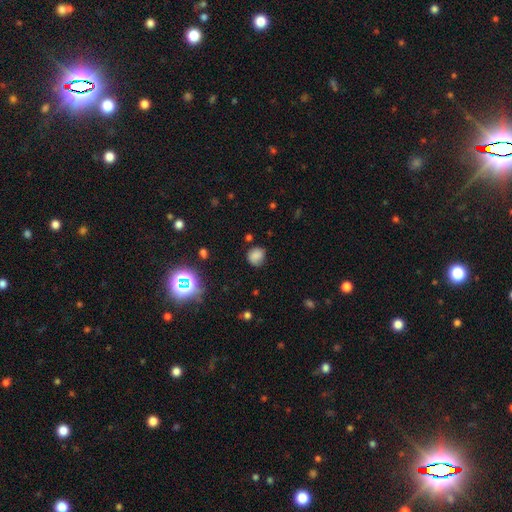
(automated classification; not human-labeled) A smooth galaxy with no disk features (77%) that is round (76%).

Vote fractions:
- Smooth or featured? smooth: 77% / star or artifact: 14% / featured or disk: 9%
- How rounded? round: 76% / in between: 23% / cigar-shaped: 1%
- Merging? none: 72% / minor disturbance: 21% / major disturbance: 5% / merger: 2%